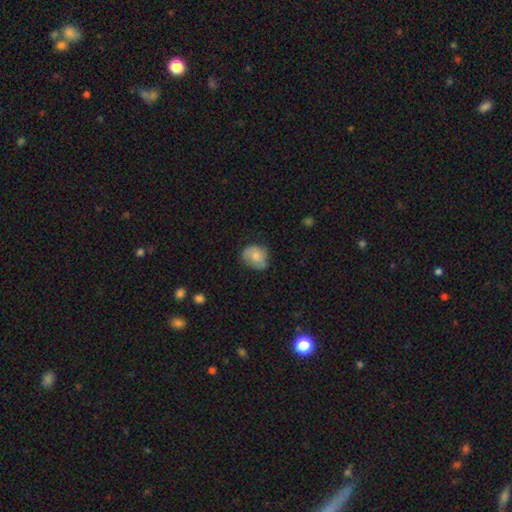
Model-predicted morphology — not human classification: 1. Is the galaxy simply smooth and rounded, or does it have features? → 67% smooth, 25% featured or disk, 8% star or artifact.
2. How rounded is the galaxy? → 58% round, 41% in between, 1% cigar-shaped.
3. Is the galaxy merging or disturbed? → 60% none, 29% minor disturbance, 9% major disturbance, 2% merger.